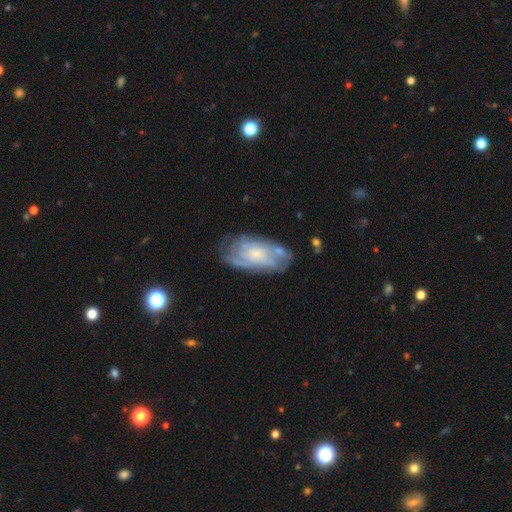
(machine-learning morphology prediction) smooth_or_featured: featured or disk (p=0.65) [alt: smooth p=0.26]
disk_edge_on: no (p=0.91) [alt: yes p=0.09]
bar: no (p=0.74) [alt: weak p=0.22]
has_spiral_arms: yes (p=0.77) [alt: no p=0.23]
bulge_size: small (p=0.54) [alt: moderate p=0.33]
merging: none (p=0.68) [alt: minor disturbance p=0.21]